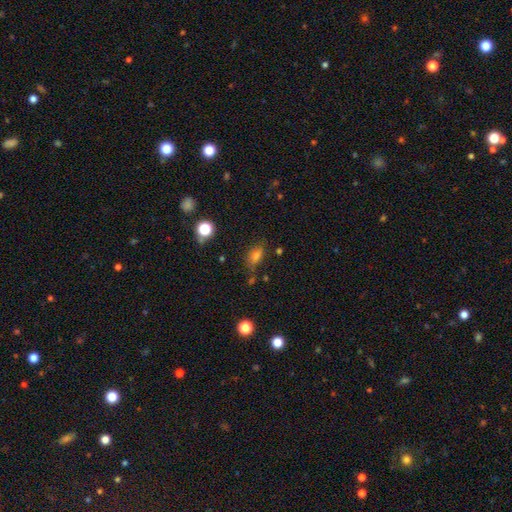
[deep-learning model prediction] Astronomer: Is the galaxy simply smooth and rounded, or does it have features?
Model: smooth — 72%.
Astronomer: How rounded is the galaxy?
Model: in between — 77%.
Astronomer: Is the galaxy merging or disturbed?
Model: none — 71%.